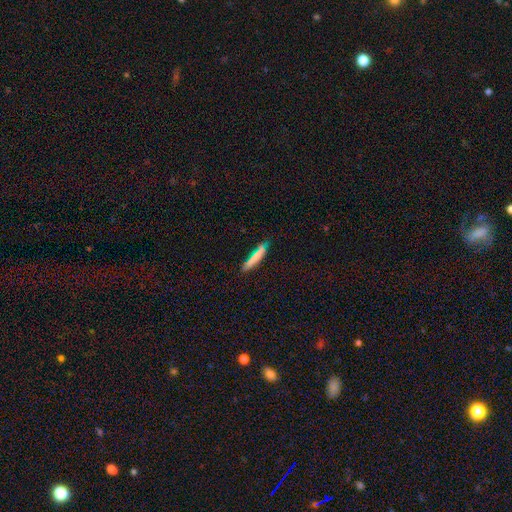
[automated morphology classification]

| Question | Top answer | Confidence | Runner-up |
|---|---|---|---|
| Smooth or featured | smooth | 75% | featured or disk (18%) |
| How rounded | cigar-shaped | 90% | in between (8%) |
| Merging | none | 74% | minor disturbance (18%) |